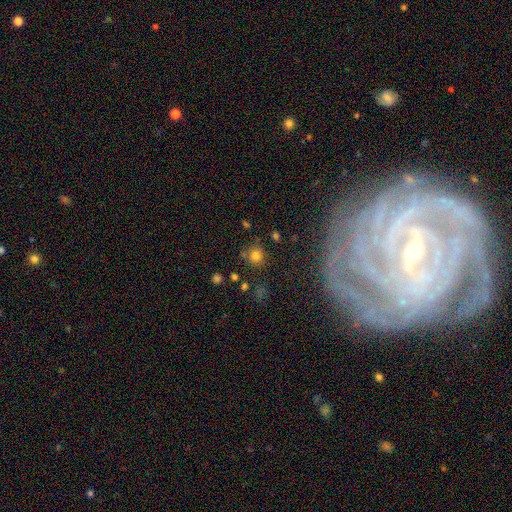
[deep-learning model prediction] Smooth or featured: smooth — 78% (star or artifact — 16%)
How rounded: round — 90% (in between — 9%)
Merging: none — 77% (minor disturbance — 12%)